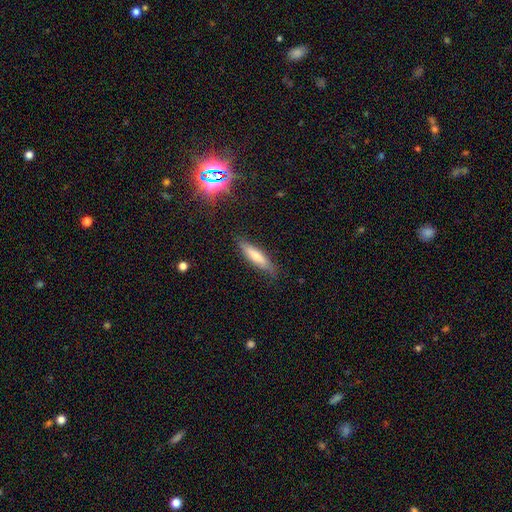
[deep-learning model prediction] This appears to be a smooth galaxy with no disk features (59%) that is cigar-shaped (78%). Merging: none (84%).